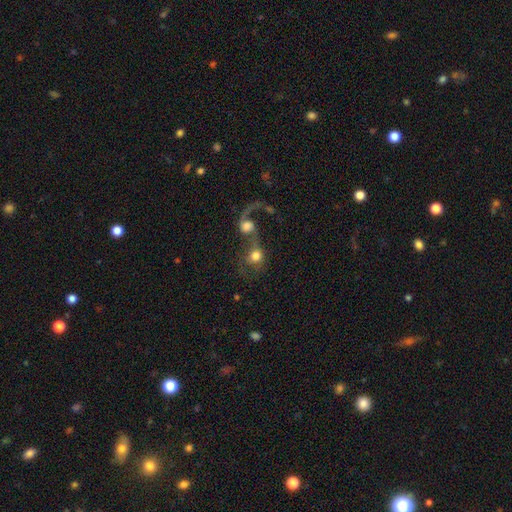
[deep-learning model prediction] This is possibly a smooth galaxy (55%). How rounded: likely round (74%). Merging: likely merger (71%).